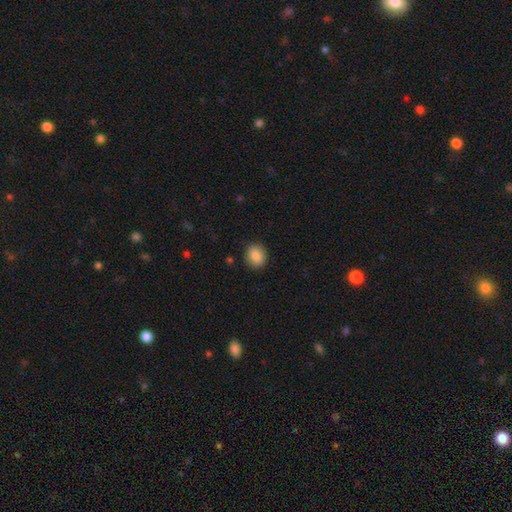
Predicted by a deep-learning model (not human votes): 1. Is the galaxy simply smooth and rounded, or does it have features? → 86% smooth, 9% star or artifact, 5% featured or disk.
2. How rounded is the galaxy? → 68% round, 31% in between, 1% cigar-shaped.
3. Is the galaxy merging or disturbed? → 89% none, 8% minor disturbance, 2% major disturbance, 1% merger.